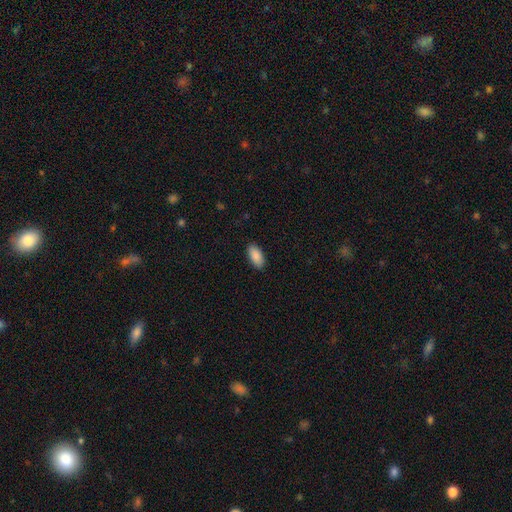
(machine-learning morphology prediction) This is clearly a smooth galaxy (90%). How rounded: clearly in between (92%). Merging: clearly none (89%).